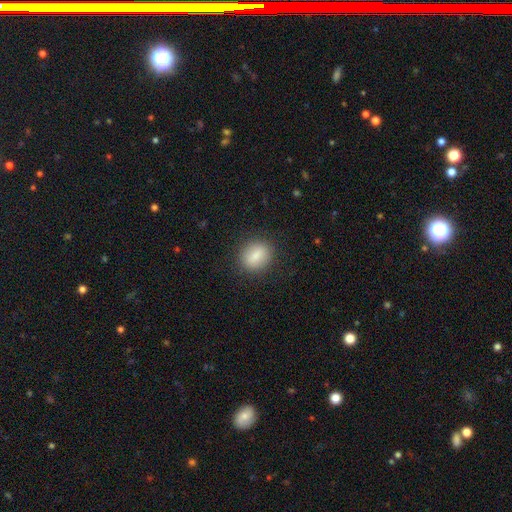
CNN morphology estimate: Overall: smooth (82%). How rounded: in between (49%; round 48%). Merging: none (86%).